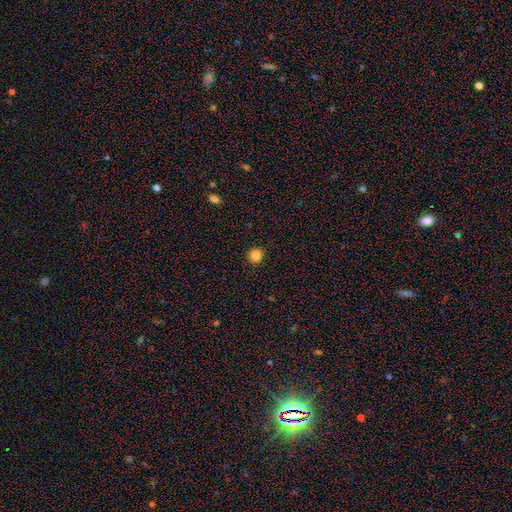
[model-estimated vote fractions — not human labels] Smooth or featured?
  - smooth: 84% *
  - star or artifact: 11%
  - featured or disk: 5%
How rounded?
  - round: 94% *
  - in between: 5%
  - cigar-shaped: 1%
Merging?
  - none: 93% *
  - minor disturbance: 5%
  - major disturbance: 2%
  - merger: 1%